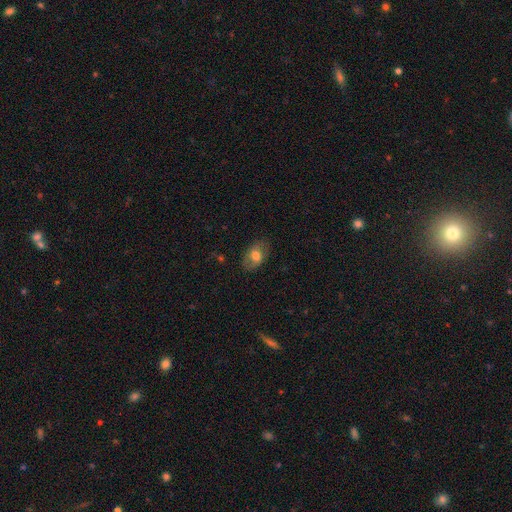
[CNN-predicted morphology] type=smooth (62%); roundness=in between (86%); merging=none (77%).